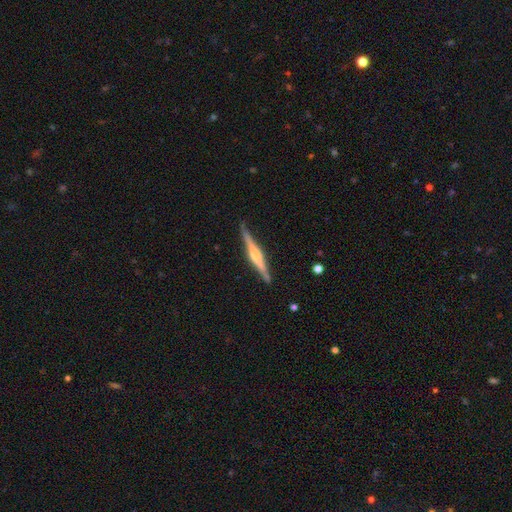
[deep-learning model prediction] Overall: featured or disk (76%). Edge-on disk: yes (98%). Edge-on bulge: rounded (76%). Merging: none (87%).